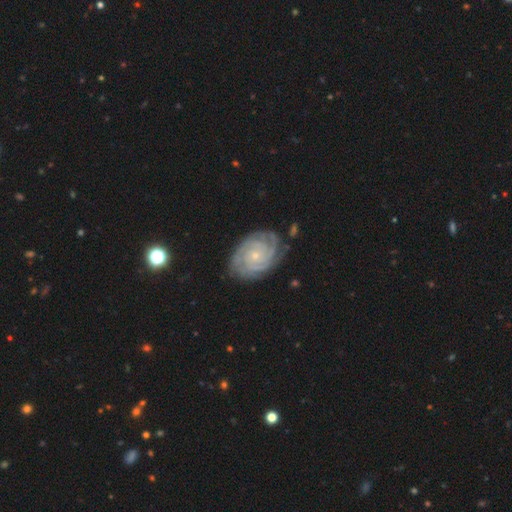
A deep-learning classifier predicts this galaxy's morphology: Smooth or featured: featured or disk — 89% (smooth — 6%)
Edge-on disk: no — 97% (yes — 3%)
Bar: no — 79% (weak — 16%)
Spiral arms: yes — 98% (no — 2%)
Spiral winding: tight — 82% (medium — 15%)
Spiral arm count: 4 — 26% (3 — 24%)
Bulge size: small — 80% (moderate — 16%)
Merging: none — 77% (minor disturbance — 16%)